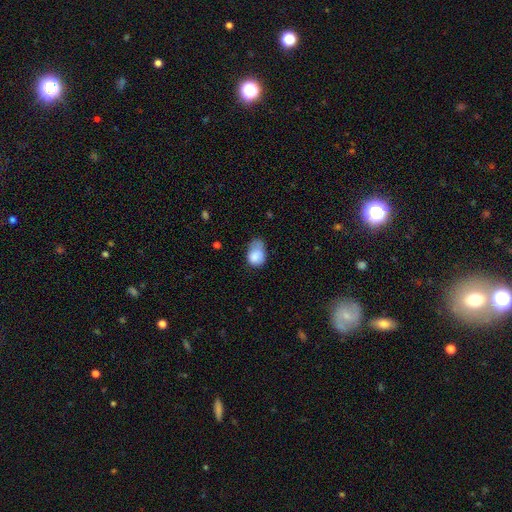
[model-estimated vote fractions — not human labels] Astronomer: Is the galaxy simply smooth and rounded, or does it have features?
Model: smooth — 81%.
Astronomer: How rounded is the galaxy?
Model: in between — 69%.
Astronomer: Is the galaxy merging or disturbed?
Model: minor disturbance — 42% (runner-up: none, 29%).